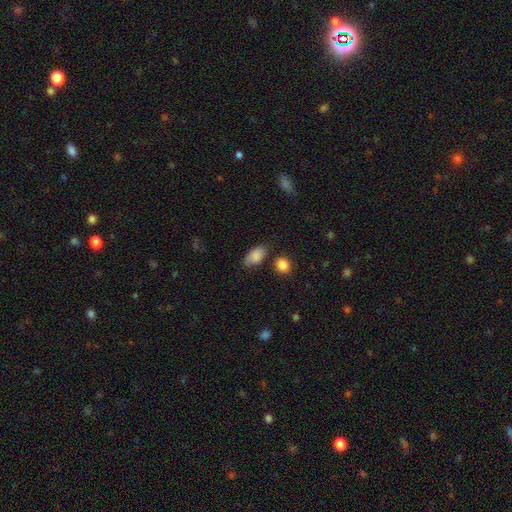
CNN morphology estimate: type=smooth (86%); roundness=in between (91%); merging=none (68%).